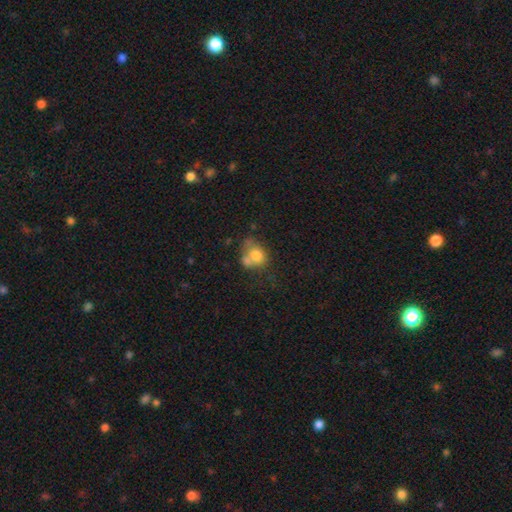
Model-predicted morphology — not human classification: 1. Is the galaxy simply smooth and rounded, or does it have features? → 70% smooth, 19% featured or disk, 10% star or artifact.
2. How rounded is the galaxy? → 50% in between, 49% round, 1% cigar-shaped.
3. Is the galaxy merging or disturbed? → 47% merger, 27% none, 15% minor disturbance, 11% major disturbance.